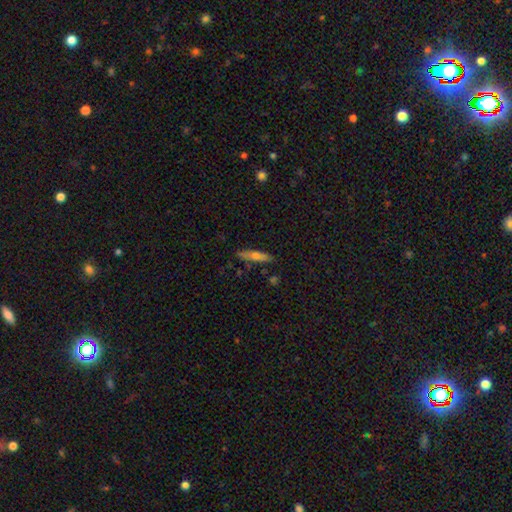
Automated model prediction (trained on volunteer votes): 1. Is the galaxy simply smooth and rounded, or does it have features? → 58% smooth, 35% featured or disk, 7% star or artifact.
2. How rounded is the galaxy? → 78% cigar-shaped, 20% in between, 2% round.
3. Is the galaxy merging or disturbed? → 83% none, 11% minor disturbance, 3% merger, 2% major disturbance.